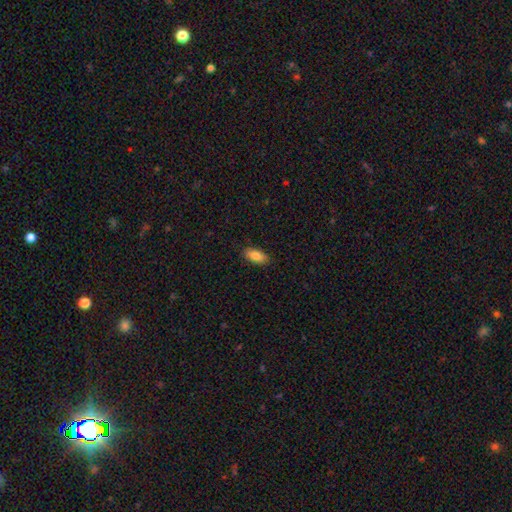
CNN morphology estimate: smooth-or-featured: smooth: 84% | featured or disk: 9% | star or artifact: 7%
  how-rounded: in between: 91% | cigar-shaped: 6% | round: 3%
  merging: none: 88% | minor disturbance: 10% | major disturbance: 2% | merger: 1%